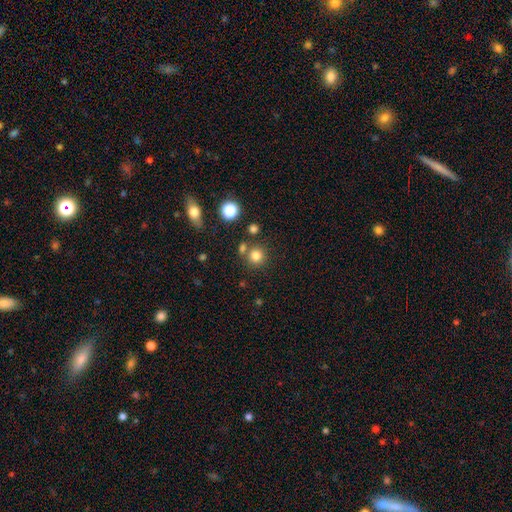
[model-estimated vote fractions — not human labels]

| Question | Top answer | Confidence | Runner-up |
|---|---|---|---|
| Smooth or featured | smooth | 80% | star or artifact (13%) |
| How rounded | round | 92% | in between (7%) |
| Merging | none | 75% | merger (13%) |